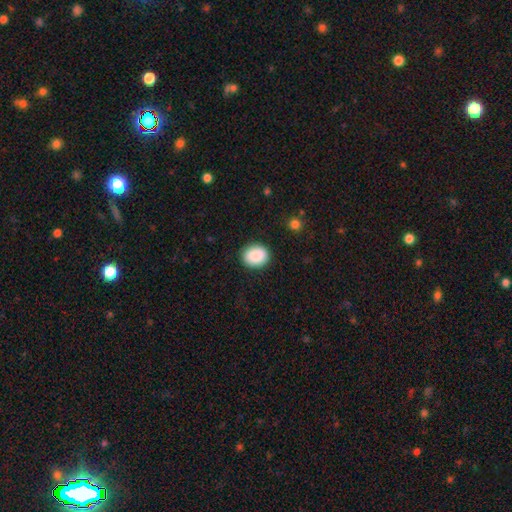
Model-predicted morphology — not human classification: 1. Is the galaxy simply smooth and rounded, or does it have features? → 90% smooth, 7% star or artifact, 3% featured or disk.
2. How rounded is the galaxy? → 52% round, 47% in between, 1% cigar-shaped.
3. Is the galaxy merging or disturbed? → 88% none, 8% minor disturbance, 2% major disturbance, 1% merger.